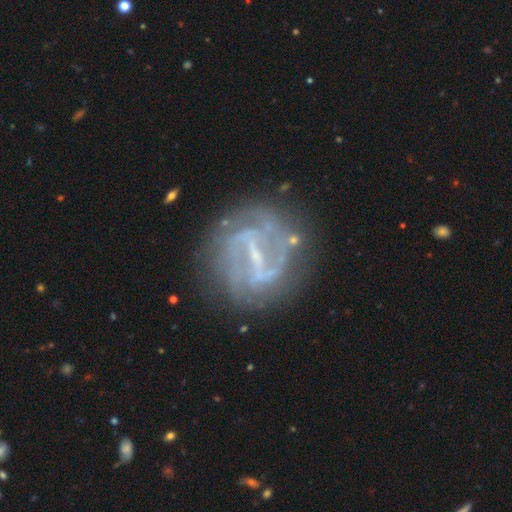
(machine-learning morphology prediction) A featured or disk galaxy (86%) with a strong bar (61%), 2 (61%) medium (42%) spiral arms (88%) and a small central bulge (58%).

Vote fractions:
- Smooth or featured? featured or disk: 86% / smooth: 7% / star or artifact: 7%
- Edge-on disk? no: 97% / yes: 3%
- Bar? strong: 61% / weak: 31% / no: 8%
- Spiral arms? yes: 88% / no: 12%
- Spiral winding? medium: 42% / tight: 37% / loose: 21%
- Spiral arm count? 2: 61% / can't tell: 19% / 3: 8% / 1: 4% / 4: 4% / more than 4: 3%
- Bulge size? small: 58% / none: 26% / moderate: 14% / large: 1% / dominant: 1%
- Merging? none: 74% / minor disturbance: 15% / major disturbance: 9% / merger: 3%